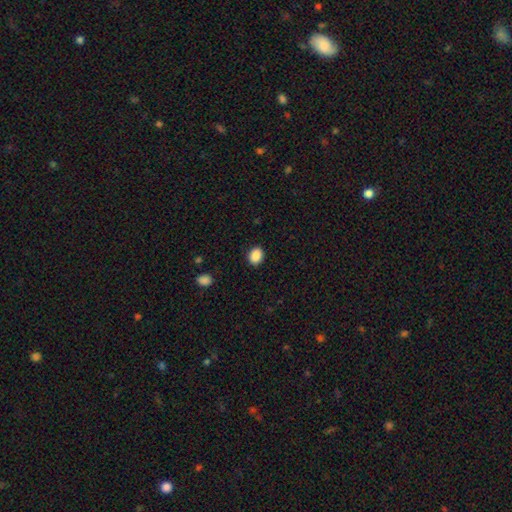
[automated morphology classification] Smooth or featured?
  - smooth: 89% *
  - star or artifact: 9%
  - featured or disk: 3%
How rounded?
  - in between: 53% *
  - round: 46%
  - cigar-shaped: 1%
Merging?
  - none: 90% *
  - minor disturbance: 7%
  - major disturbance: 2%
  - merger: 1%